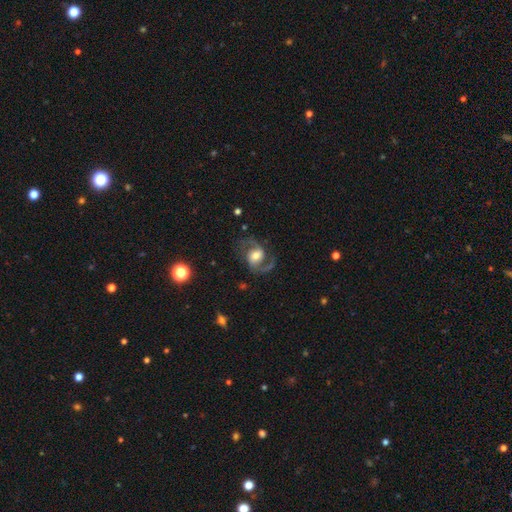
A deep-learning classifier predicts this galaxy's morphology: A featured or disk galaxy (85%) with no bar (45%), 2 (91%) medium (54%) spiral arms (96%) and a moderate central bulge (56%).

Vote fractions:
- Smooth or featured? featured or disk: 85% / smooth: 9% / star or artifact: 6%
- Edge-on disk? no: 98% / yes: 2%
- Bar? no: 45% / weak: 39% / strong: 16%
- Spiral arms? yes: 96% / no: 4%
- Spiral winding? medium: 54% / loose: 35% / tight: 11%
- Spiral arm count? 2: 91% / 1: 3% / can't tell: 2% / 3: 1% / 4: 1% / more than 4: 1%
- Bulge size? moderate: 56% / large: 21% / small: 18% / dominant: 3% / none: 2%
- Merging? none: 73% / minor disturbance: 14% / major disturbance: 12% / merger: 2%